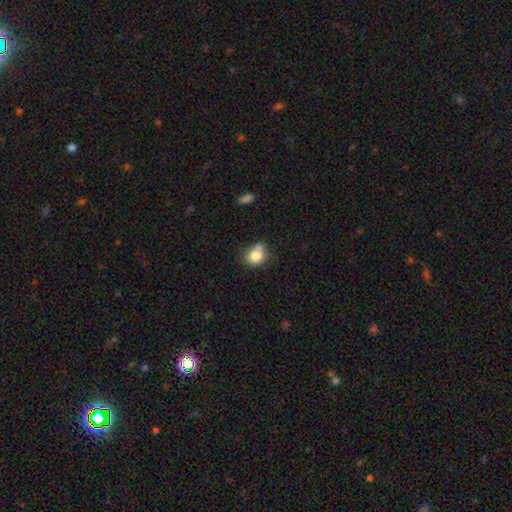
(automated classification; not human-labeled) A smooth galaxy with no disk features (80%) that is round (68%).

Vote fractions:
- Smooth or featured? smooth: 80% / star or artifact: 10% / featured or disk: 10%
- How rounded? round: 68% / in between: 31% / cigar-shaped: 1%
- Merging? none: 53% / merger: 22% / minor disturbance: 20% / major disturbance: 6%